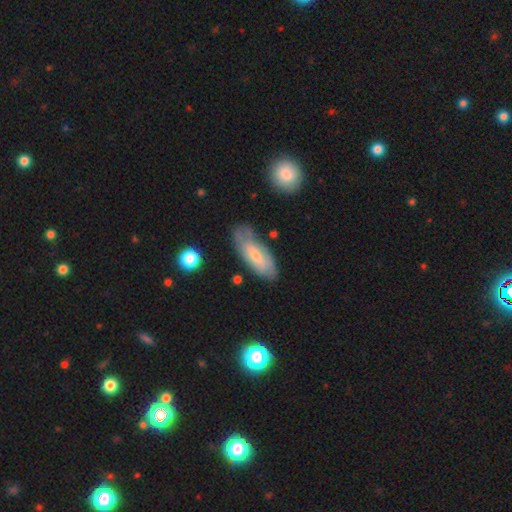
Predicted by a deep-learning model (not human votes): Q: Smooth or featured?
A: smooth (48%); runner-up: featured or disk (46%)
Q: Merging?
A: none (70%); runner-up: minor disturbance (21%)